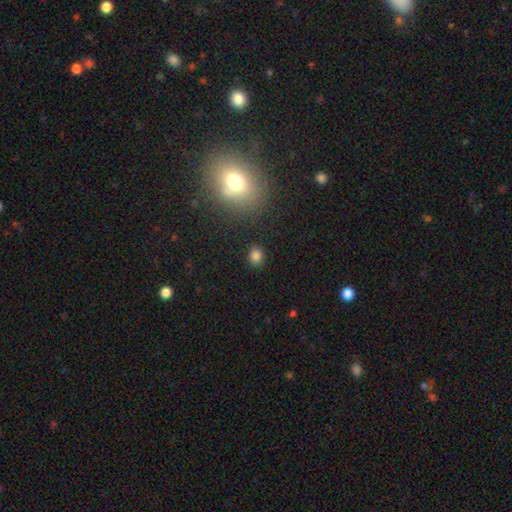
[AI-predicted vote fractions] smooth-or-featured: smooth: 82% | star or artifact: 14% | featured or disk: 4%
  how-rounded: round: 79% | in between: 20% | cigar-shaped: 1%
  merging: none: 88% | minor disturbance: 7% | major disturbance: 3% | merger: 2%